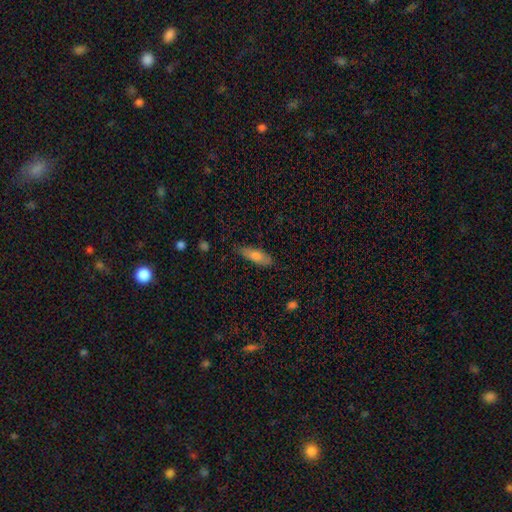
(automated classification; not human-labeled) A smooth galaxy with no disk features (72%) that is in between round and cigar-shaped (50%). Merging: none (80%).